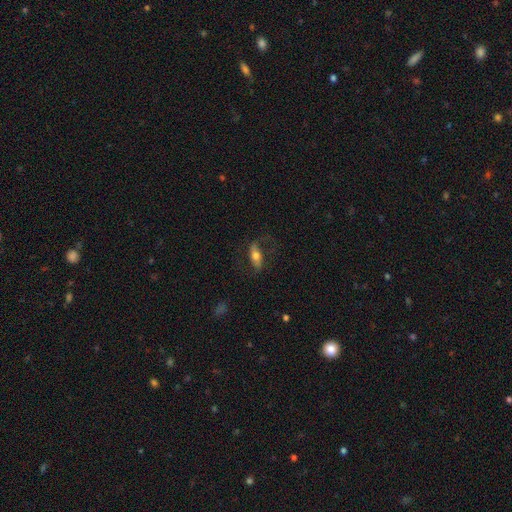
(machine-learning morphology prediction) Smooth or featured?
  - featured or disk: 50% *
  - smooth: 42%
  - star or artifact: 7%
Edge-on disk?
  - no: 71% *
  - yes: 29%
Merging?
  - none: 67% *
  - minor disturbance: 17%
  - major disturbance: 14%
  - merger: 2%